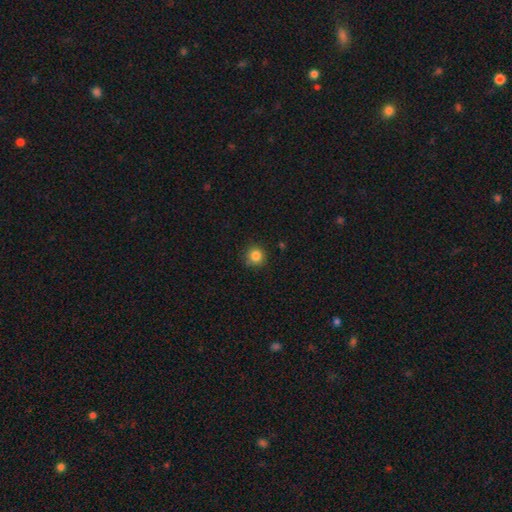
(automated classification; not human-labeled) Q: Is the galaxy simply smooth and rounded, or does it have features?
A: smooth — 85%.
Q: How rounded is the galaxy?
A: round — 93%.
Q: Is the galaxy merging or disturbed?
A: none — 85%.